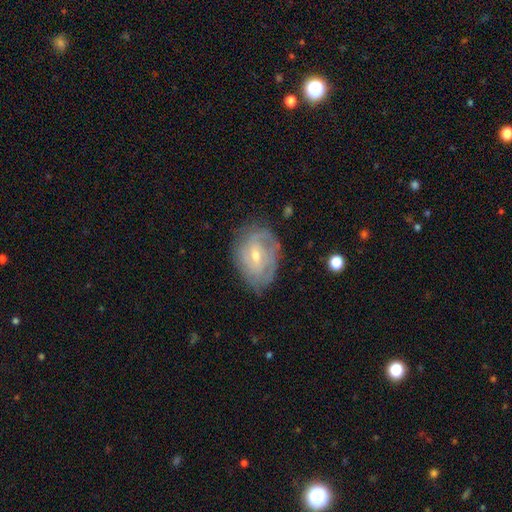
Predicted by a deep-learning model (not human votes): Smooth or featured? Predicted: featured or disk (p=0.75). Edge-on disk? Predicted: no (p=0.96). Bar? Predicted: weak (p=0.52). Spiral arms? Predicted: yes (p=0.86). Spiral winding? Predicted: tight (p=0.55). Spiral arm count? Predicted: can't tell (p=0.40). Bulge size? Predicted: small (p=0.54). Merging? Predicted: none (p=0.68).